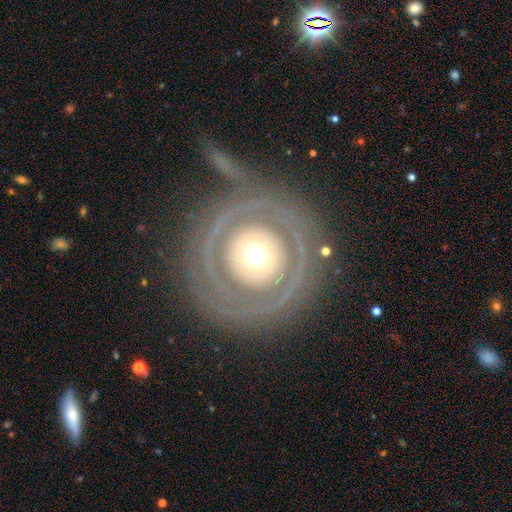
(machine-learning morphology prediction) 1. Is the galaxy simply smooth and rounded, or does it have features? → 69% featured or disk, 25% smooth, 6% star or artifact.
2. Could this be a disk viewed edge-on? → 96% no, 4% yes.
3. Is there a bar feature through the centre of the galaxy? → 89% no, 7% weak, 4% strong.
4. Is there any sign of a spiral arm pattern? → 60% no, 40% yes.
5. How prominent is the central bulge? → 60% moderate, 26% large, 10% small, 4% dominant, 1% none.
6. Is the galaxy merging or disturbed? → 77% none, 12% minor disturbance, 9% major disturbance, 3% merger.